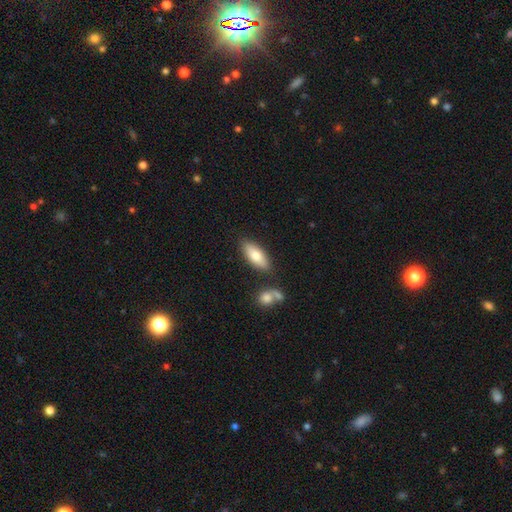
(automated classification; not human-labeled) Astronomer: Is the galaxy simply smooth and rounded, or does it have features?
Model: smooth — 75%.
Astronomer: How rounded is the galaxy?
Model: in between — 76%.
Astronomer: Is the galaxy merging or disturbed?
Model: none — 79%.